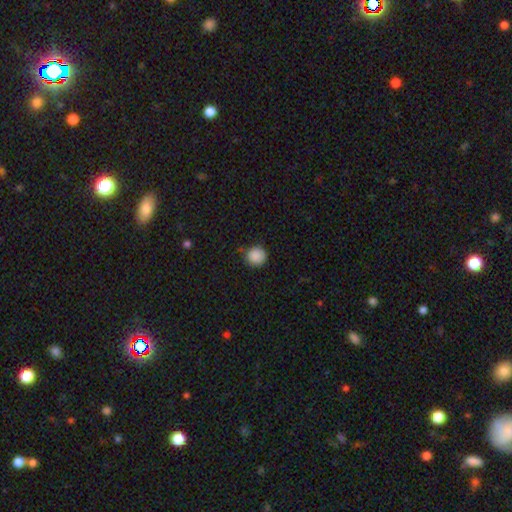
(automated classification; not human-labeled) This appears to be a smooth galaxy with no disk features (88%) that is round (94%). Merging: none (84%).